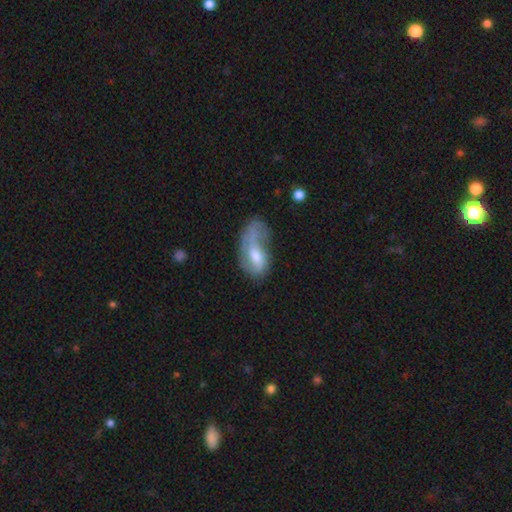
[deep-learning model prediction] The model was most divided on "merging": major disturbance: 40%, none: 29%, minor disturbance: 26%, merger: 5%. More confident: edge-on disk — no (94%); spiral arms — yes (69%); bulge size — moderate (54%); smooth or featured — featured or disk (54%); bar — no (50%).